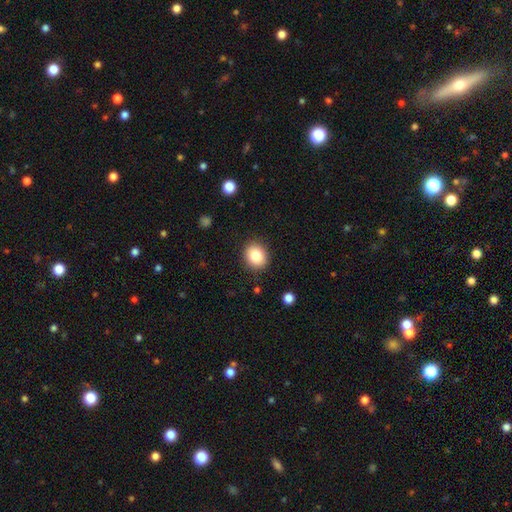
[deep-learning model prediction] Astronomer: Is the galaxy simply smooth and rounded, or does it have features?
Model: smooth — 84%.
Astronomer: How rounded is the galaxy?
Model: round — 63%.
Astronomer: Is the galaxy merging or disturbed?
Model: none — 88%.